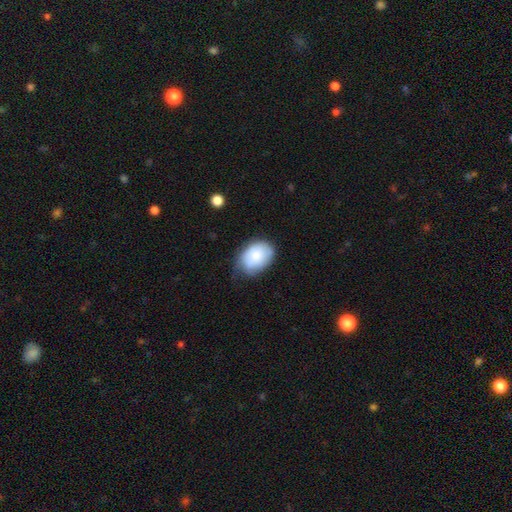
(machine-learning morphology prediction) type=smooth (81%); roundness=in between (80%); merging=none (54%).